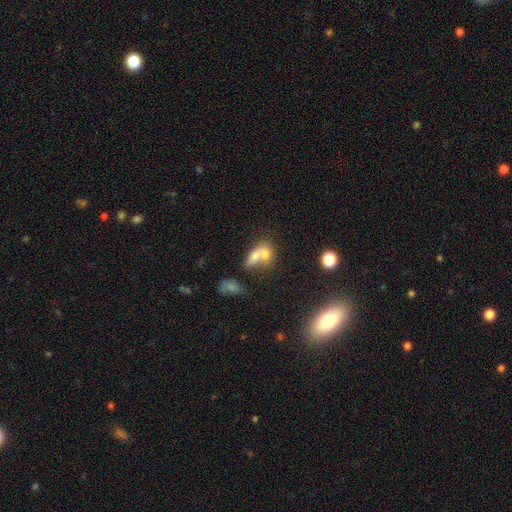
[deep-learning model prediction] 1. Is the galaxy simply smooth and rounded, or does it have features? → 69% smooth, 20% featured or disk, 11% star or artifact.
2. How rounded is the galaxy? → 72% in between, 23% round, 5% cigar-shaped.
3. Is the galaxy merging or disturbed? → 68% merger, 19% none, 7% minor disturbance, 6% major disturbance.